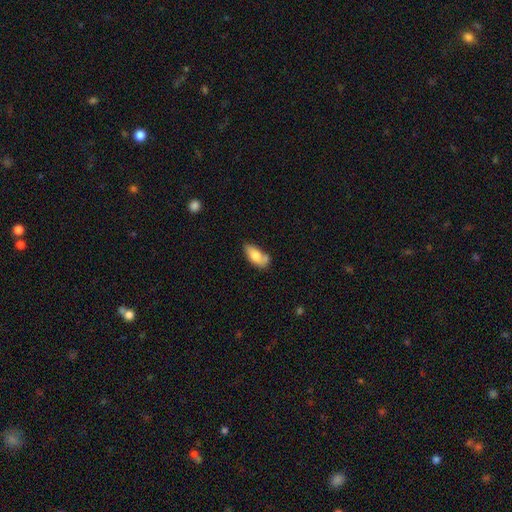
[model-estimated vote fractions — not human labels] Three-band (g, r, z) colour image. It shows a smooth galaxy with no disk features (75%) that is in between round and cigar-shaped (88%). Merging: none (42%).